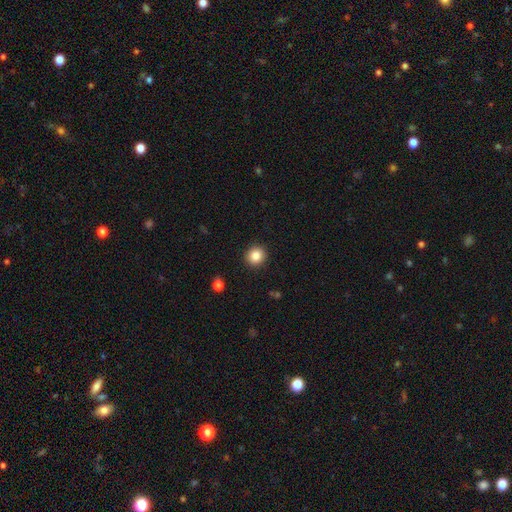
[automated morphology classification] This appears to be a smooth galaxy with no disk features (86%) that is round (90%). Merging: none (92%).